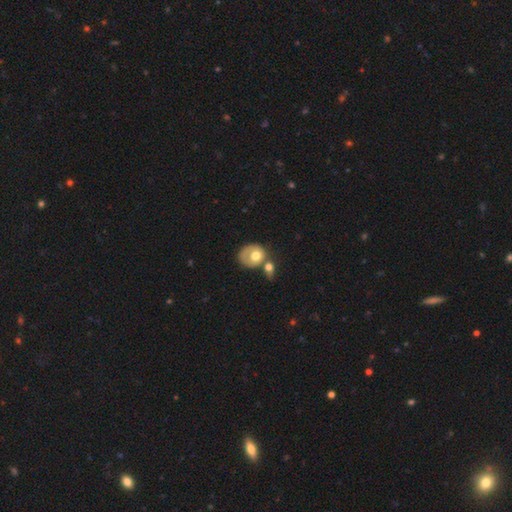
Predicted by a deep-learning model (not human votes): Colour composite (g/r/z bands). It shows a smooth galaxy with no disk features (61%) that is round (59%). Merging: merger (38%).